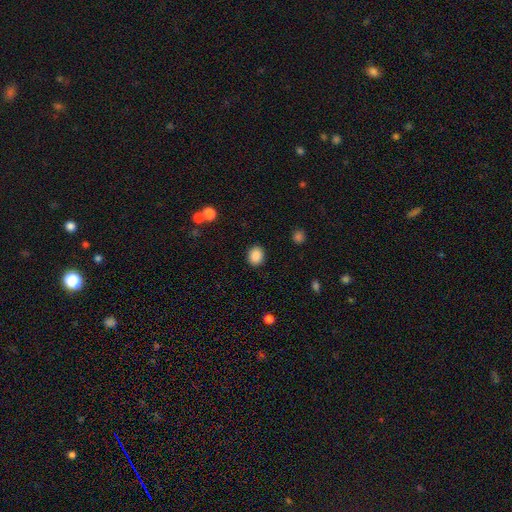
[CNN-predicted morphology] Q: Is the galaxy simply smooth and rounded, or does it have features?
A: smooth — 87%.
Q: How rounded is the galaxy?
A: round — 65%.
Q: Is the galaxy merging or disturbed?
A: none — 90%.